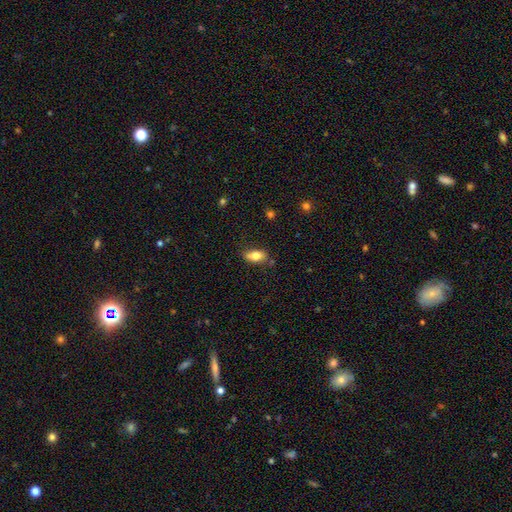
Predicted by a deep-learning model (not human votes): smooth 72%, featured or disk 20%, star or artifact 8%. Down the decision tree: how rounded — in between (83%); merging — none (74%).